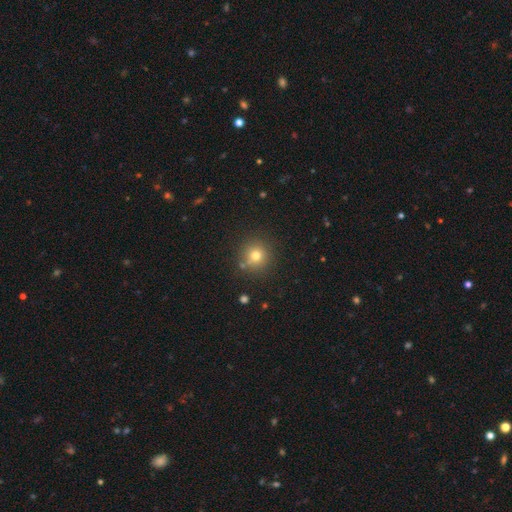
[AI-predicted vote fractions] Morphology: type=smooth (74%); roundness=round (93%); merging=none (82%).